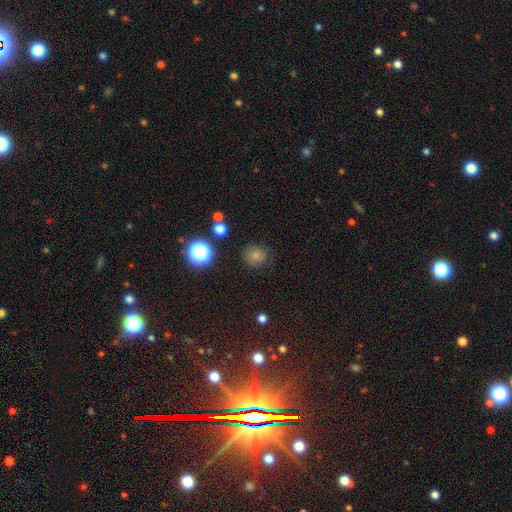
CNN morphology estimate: This is likely a smooth galaxy (74%). How rounded: clearly round (87%). Merging: likely none (77%).